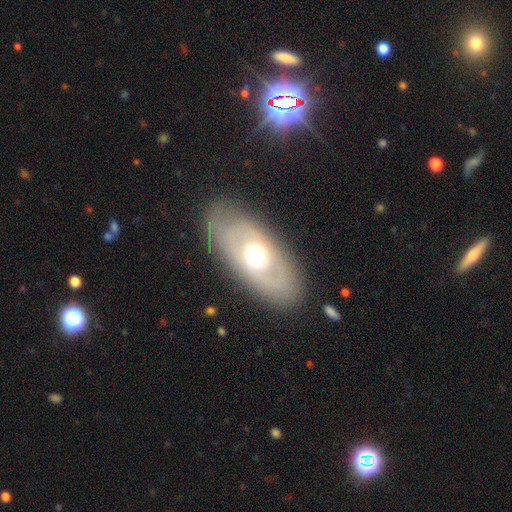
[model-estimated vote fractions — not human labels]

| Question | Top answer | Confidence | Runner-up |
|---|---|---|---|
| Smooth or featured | featured or disk | 58% | smooth (36%) |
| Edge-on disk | no | 86% | yes (14%) |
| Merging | none | 83% | minor disturbance (11%) |